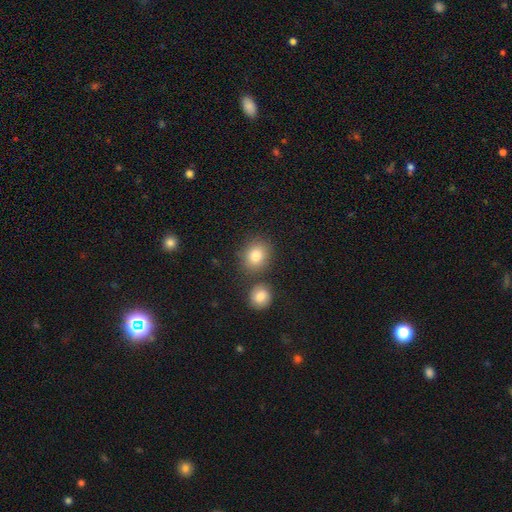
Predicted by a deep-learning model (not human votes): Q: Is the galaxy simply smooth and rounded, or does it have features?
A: smooth — 83%.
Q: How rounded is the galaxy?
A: round — 69%.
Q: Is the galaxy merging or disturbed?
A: none — 74%.